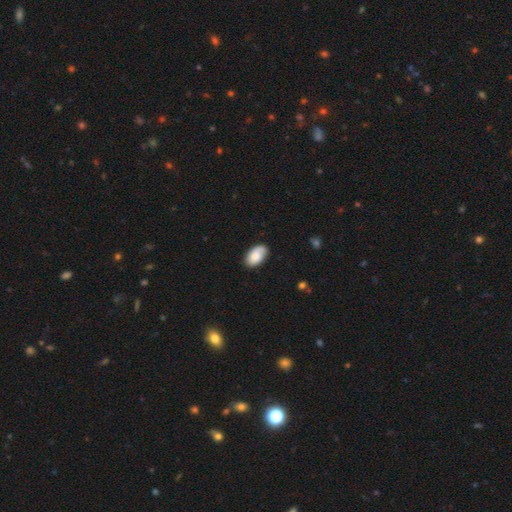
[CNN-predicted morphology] smooth_or_featured: smooth (p=0.77) [alt: featured or disk p=0.17]
how_rounded: in between (p=0.94) [alt: round p=0.05]
merging: none (p=0.75) [alt: minor disturbance p=0.19]